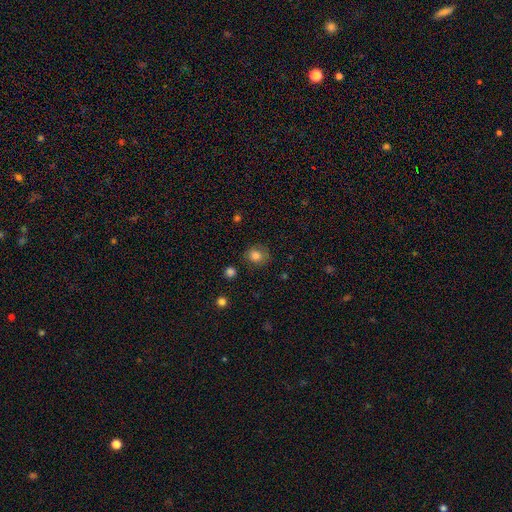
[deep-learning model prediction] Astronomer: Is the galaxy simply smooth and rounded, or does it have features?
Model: smooth — 80%.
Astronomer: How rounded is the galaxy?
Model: round — 77%.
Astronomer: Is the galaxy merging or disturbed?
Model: none — 78%.